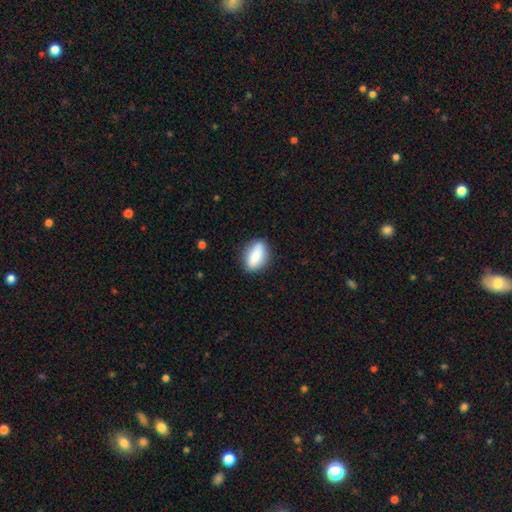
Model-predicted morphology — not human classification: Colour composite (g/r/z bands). It shows a smooth galaxy with no disk features (83%) that is in between round and cigar-shaped (82%). Merging: none (84%).